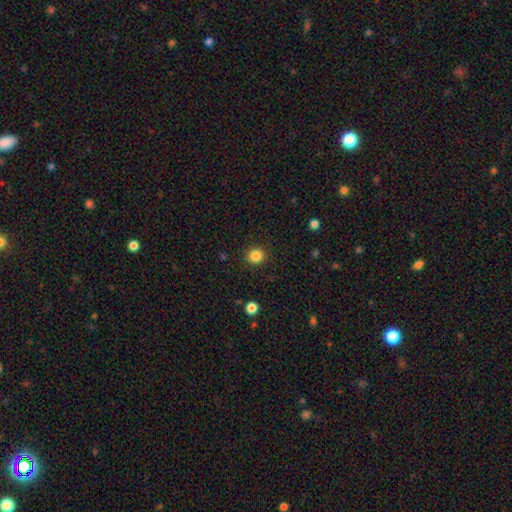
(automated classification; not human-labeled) Overall: smooth (85%). How rounded: round (87%). Merging: none (90%).